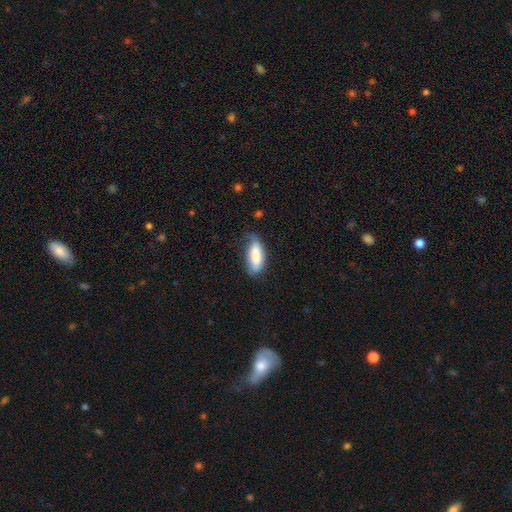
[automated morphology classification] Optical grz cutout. It shows a smooth galaxy with no disk features (80%) that is in between round and cigar-shaped (80%). Merging: none (46%).